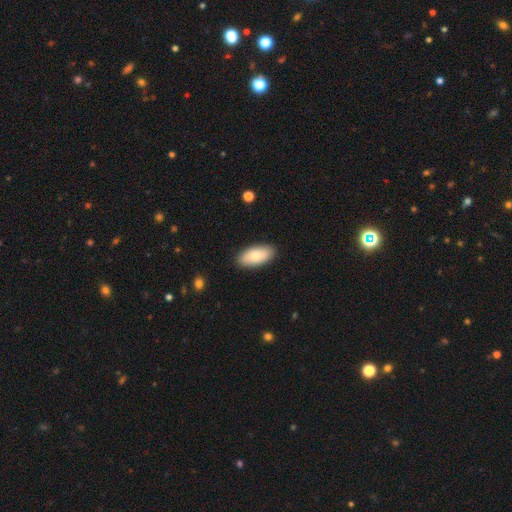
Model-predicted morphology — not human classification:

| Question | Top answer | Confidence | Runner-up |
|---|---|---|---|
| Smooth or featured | smooth | 79% | featured or disk (15%) |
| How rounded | in between | 92% | cigar-shaped (6%) |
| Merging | none | 89% | minor disturbance (8%) |